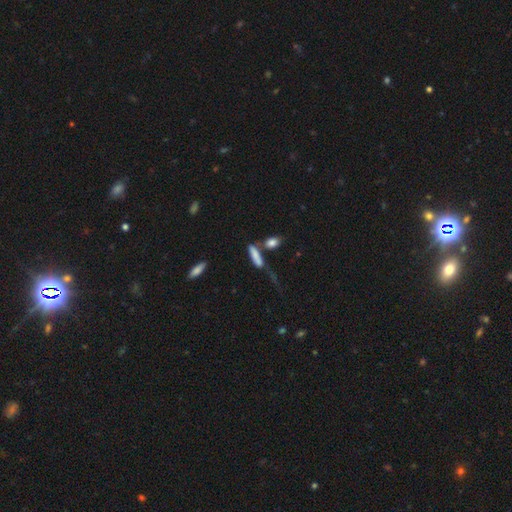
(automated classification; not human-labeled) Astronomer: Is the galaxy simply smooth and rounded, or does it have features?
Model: smooth — 76%.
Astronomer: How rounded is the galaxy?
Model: cigar-shaped — 52% (runner-up: in between, 43%).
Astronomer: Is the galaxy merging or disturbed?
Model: none — 42% (runner-up: merger, 28%).